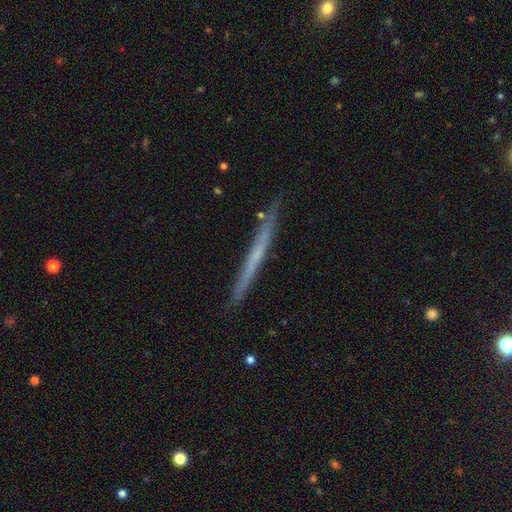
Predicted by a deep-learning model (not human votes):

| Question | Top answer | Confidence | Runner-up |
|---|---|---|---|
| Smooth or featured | featured or disk | 54% | smooth (39%) |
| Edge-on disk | yes | 97% | no (3%) |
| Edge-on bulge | none | 85% | rounded (11%) |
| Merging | none | 89% | minor disturbance (8%) |